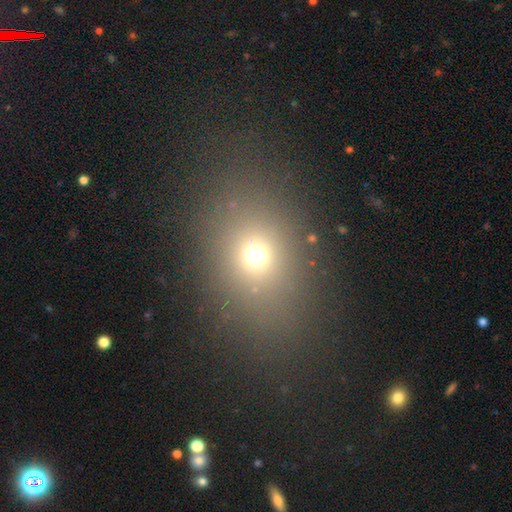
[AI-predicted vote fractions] Morphology: type=smooth (67%); roundness=round (53%); merging=none (78%).